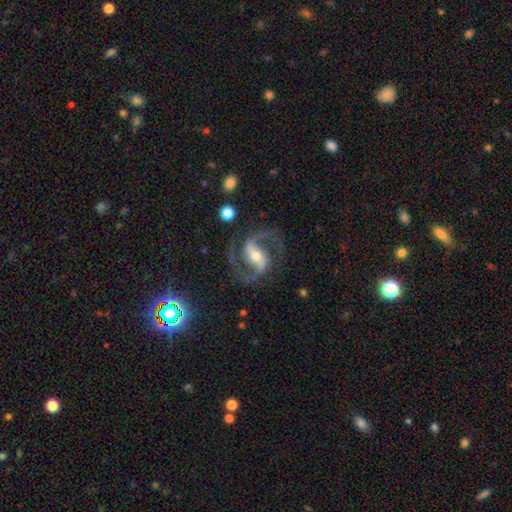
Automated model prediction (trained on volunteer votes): This appears to be a featured or disk galaxy (92%) with a strong bar (55%), 2 (94%) medium (65%) spiral arms (98%) and a moderate central bulge (56%). Merging: none (79%).